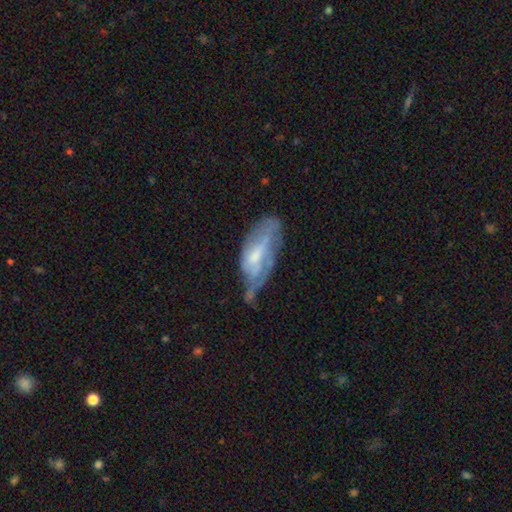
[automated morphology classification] Overall: featured or disk (60%; smooth 33%). Edge-on disk: no (87%). Bar: no (48%; weak 40%). Spiral arms: yes (62%; no 38%). Bulge size: moderate (40%; small 39%). Merging: minor disturbance (35%; none 33%).